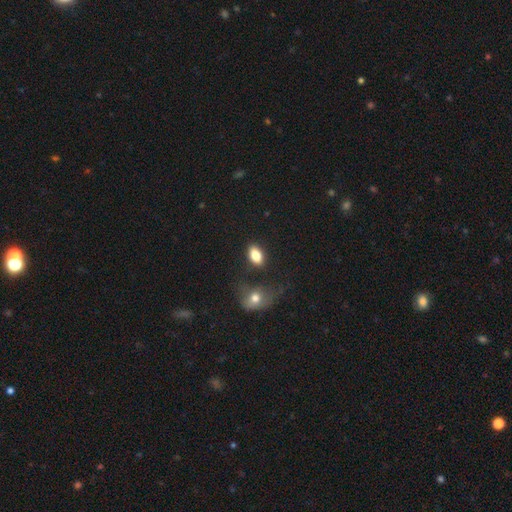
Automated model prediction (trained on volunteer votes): Q: Smooth or featured?
A: smooth (82%); runner-up: featured or disk (10%)
Q: How rounded?
A: in between (88%); runner-up: round (9%)
Q: Merging?
A: none (75%); runner-up: minor disturbance (12%)